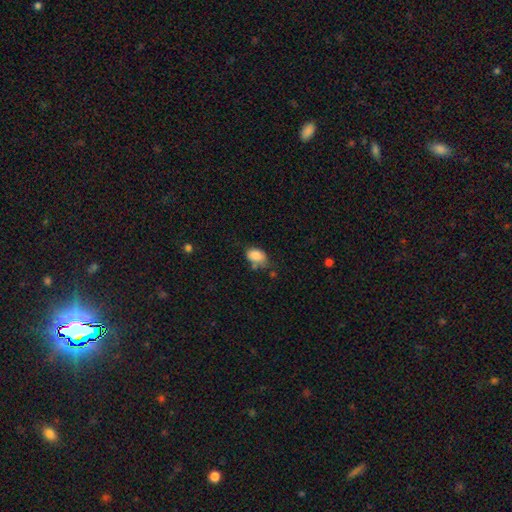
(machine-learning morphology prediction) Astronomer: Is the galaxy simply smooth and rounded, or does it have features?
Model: smooth — 85%.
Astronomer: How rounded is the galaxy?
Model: in between — 86%.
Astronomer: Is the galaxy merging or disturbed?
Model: none — 50% (runner-up: minor disturbance, 31%).